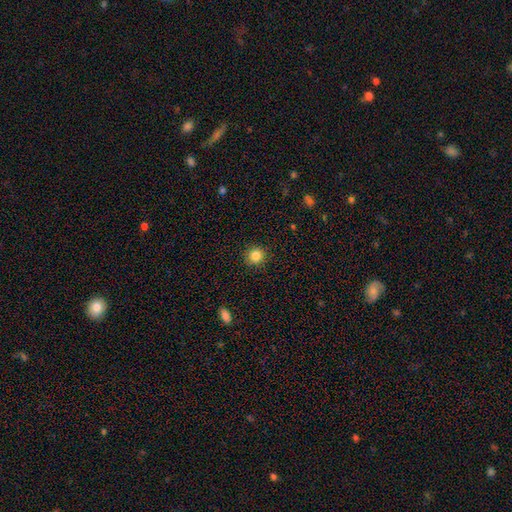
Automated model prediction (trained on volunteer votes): Smooth or featured? Predicted: smooth (p=0.84). How rounded? Predicted: round (p=0.91). Merging? Predicted: none (p=0.91).